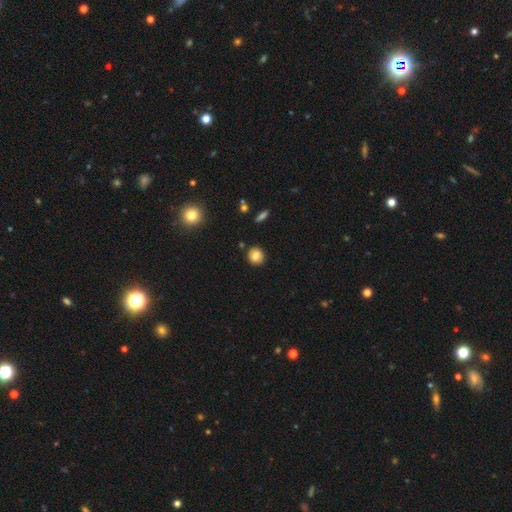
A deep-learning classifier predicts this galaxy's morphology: smooth_or_featured: smooth (p=0.81) [alt: star or artifact p=0.10]
how_rounded: round (p=0.84) [alt: in between p=0.14]
merging: none (p=0.88) [alt: minor disturbance p=0.08]